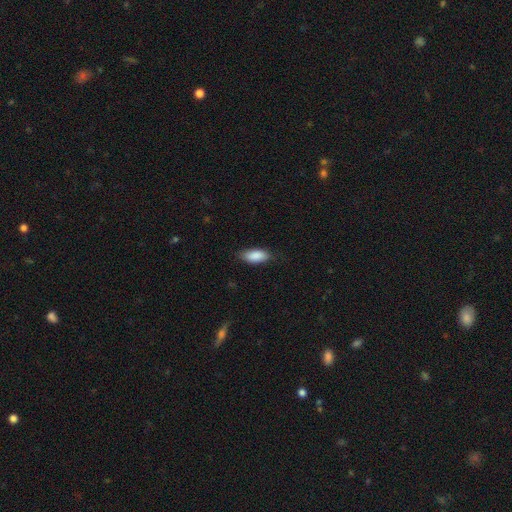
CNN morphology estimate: smooth_or_featured: smooth (p=0.88) [alt: featured or disk p=0.06]
how_rounded: in between (p=0.87) [alt: cigar-shaped p=0.10]
merging: none (p=0.78) [alt: minor disturbance p=0.17]